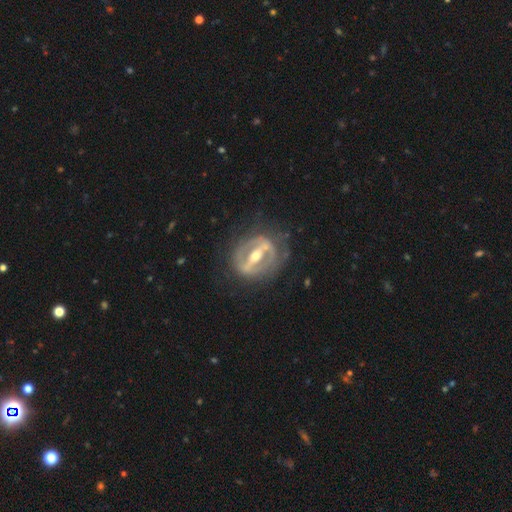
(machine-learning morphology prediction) This is clearly a featured or disk galaxy (85%). It is clearly not viewed edge-on (81%). Bar: clearly strong (83%). Spiral arm pattern: likely no (61%). Central bulge: likely moderate (71%). Merging: likely none (75%).